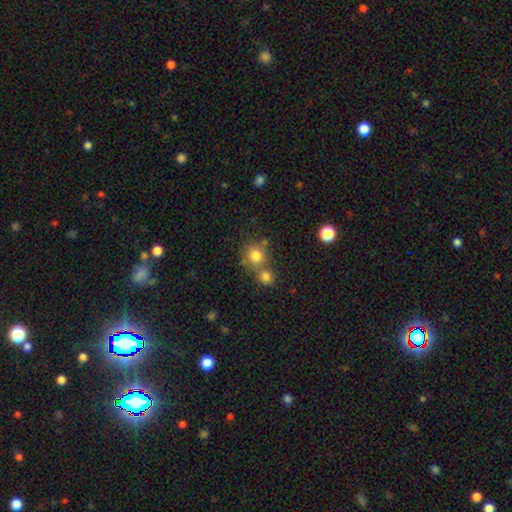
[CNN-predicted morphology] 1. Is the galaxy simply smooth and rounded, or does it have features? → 78% smooth, 13% star or artifact, 9% featured or disk.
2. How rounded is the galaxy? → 85% round, 14% in between, 1% cigar-shaped.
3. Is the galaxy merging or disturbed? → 52% none, 36% merger, 9% minor disturbance, 4% major disturbance.